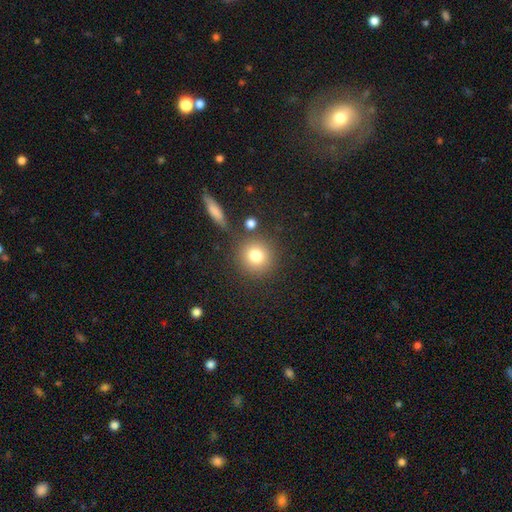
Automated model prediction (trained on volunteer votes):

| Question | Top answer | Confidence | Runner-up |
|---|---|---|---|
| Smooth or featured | smooth | 79% | star or artifact (11%) |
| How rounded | round | 92% | in between (7%) |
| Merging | none | 81% | minor disturbance (9%) |